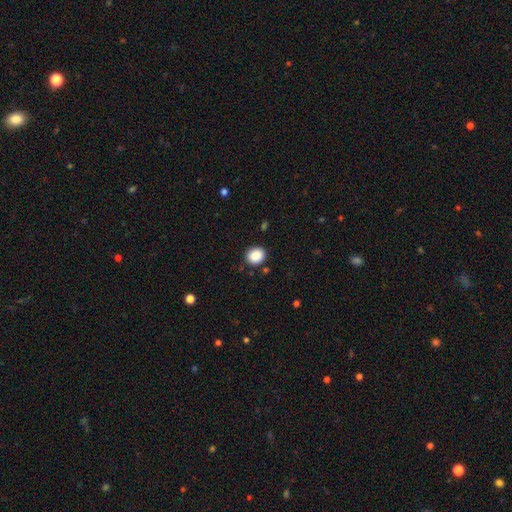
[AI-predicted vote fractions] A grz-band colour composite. It shows a smooth galaxy with no disk features (89%) that is round (73%). Merging: none (88%).